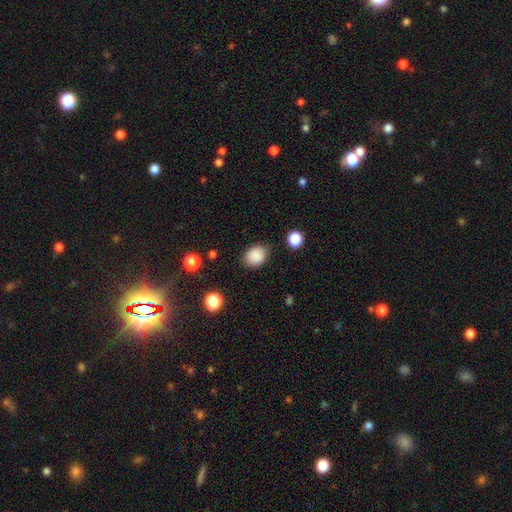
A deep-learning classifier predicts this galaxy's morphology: Smooth or featured: smooth — 87% (star or artifact — 9%)
How rounded: in between — 58% (round — 41%)
Merging: none — 80% (minor disturbance — 14%)